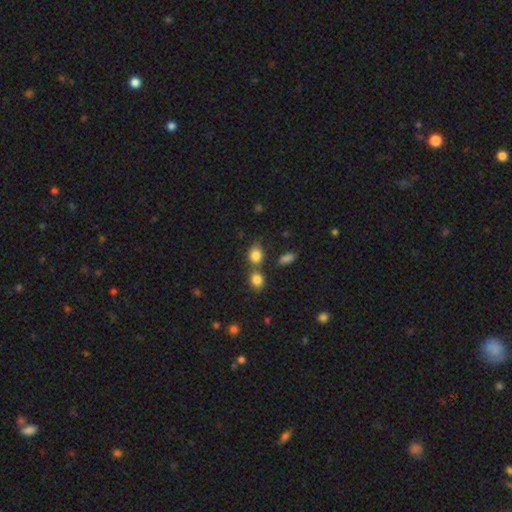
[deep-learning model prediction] Smooth or featured?
  - smooth: 83% *
  - star or artifact: 11%
  - featured or disk: 6%
How rounded?
  - round: 54% *
  - in between: 45%
  - cigar-shaped: 2%
Merging?
  - none: 53% *
  - merger: 31%
  - minor disturbance: 12%
  - major disturbance: 4%